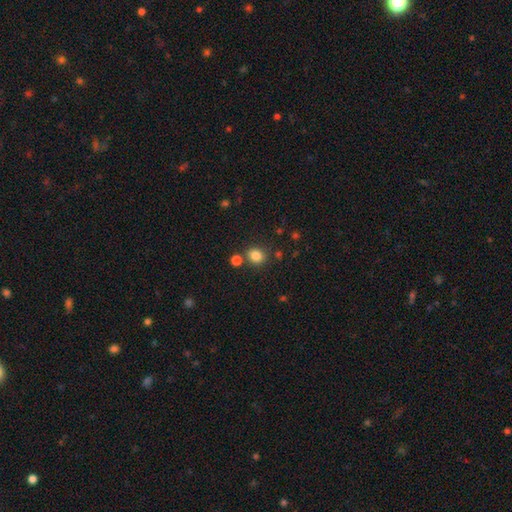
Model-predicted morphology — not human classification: A smooth galaxy with no disk features (83%) that is round (69%). Merging: none (77%).